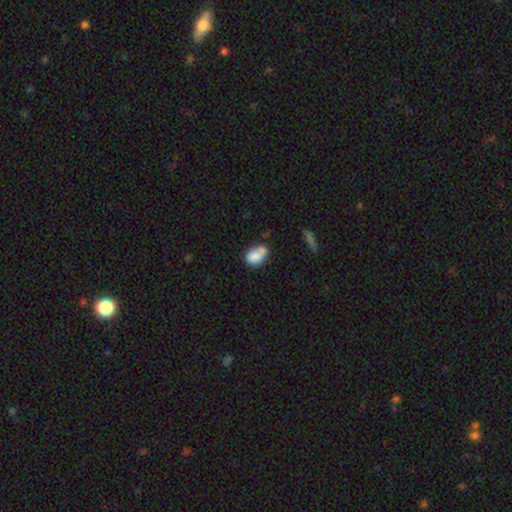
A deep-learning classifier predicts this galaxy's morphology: Smooth or featured?
  - smooth: 76% *
  - featured or disk: 15%
  - star or artifact: 9%
How rounded?
  - in between: 67% *
  - round: 31%
  - cigar-shaped: 2%
Merging?
  - merger: 46% *
  - none: 32%
  - minor disturbance: 16%
  - major disturbance: 6%